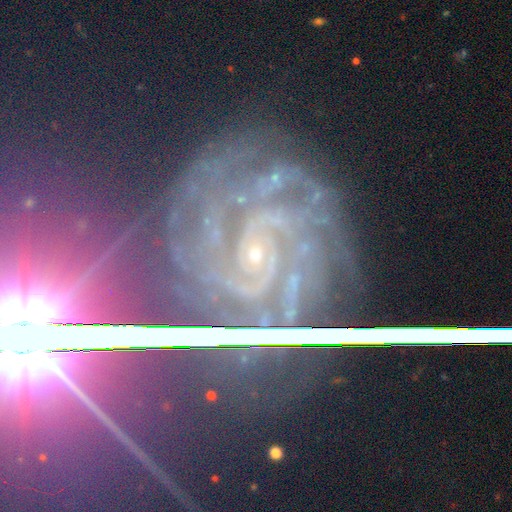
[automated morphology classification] Smooth or featured? Predicted: featured or disk (p=0.70). Edge-on disk? Predicted: no (p=0.96). Bar? Predicted: no (p=0.62). Spiral arms? Predicted: yes (p=0.98). Spiral winding? Predicted: tight (p=0.68). Spiral arm count? Predicted: 3 (p=0.24). Bulge size? Predicted: small (p=0.83). Merging? Predicted: none (p=0.71).